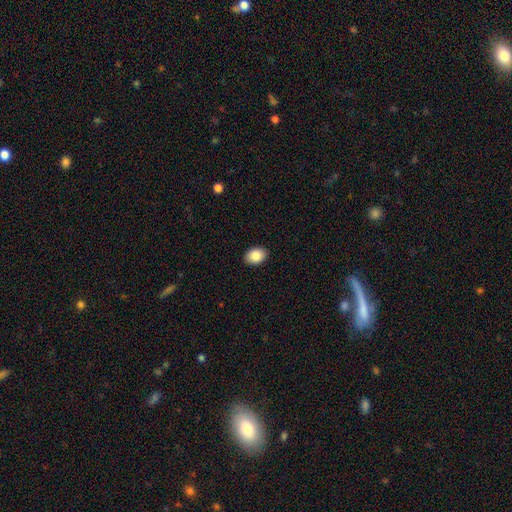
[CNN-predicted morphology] Smooth or featured: smooth — 86% (star or artifact — 8%)
How rounded: in between — 76% (round — 23%)
Merging: none — 90% (minor disturbance — 7%)